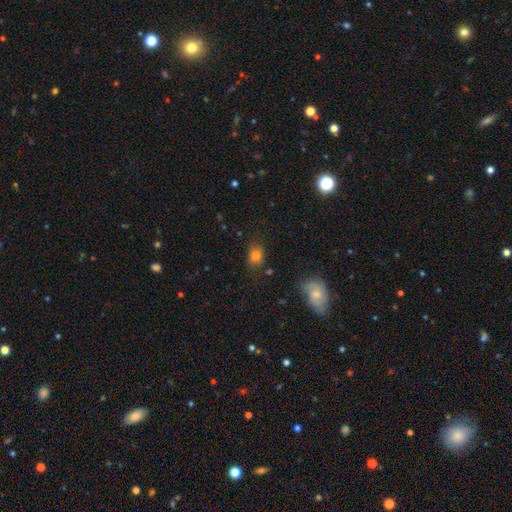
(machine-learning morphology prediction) Overall: smooth (78%). How rounded: in between (60%; round 39%). Merging: none (74%).